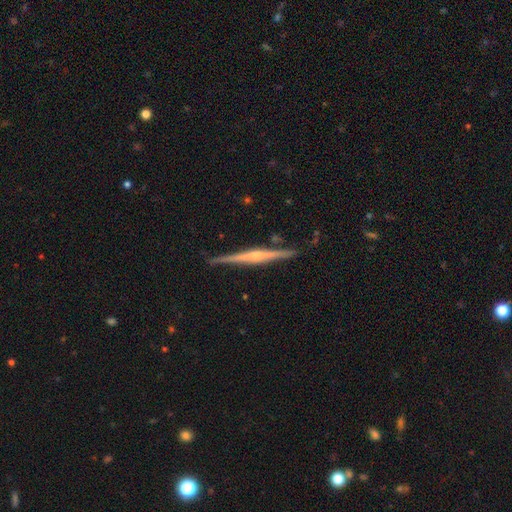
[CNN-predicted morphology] The model was most divided on "edge-on bulge": rounded: 69%, none: 20%, boxy: 11%. More confident: edge-on disk — yes (98%); merging — none (88%); smooth or featured — featured or disk (81%).